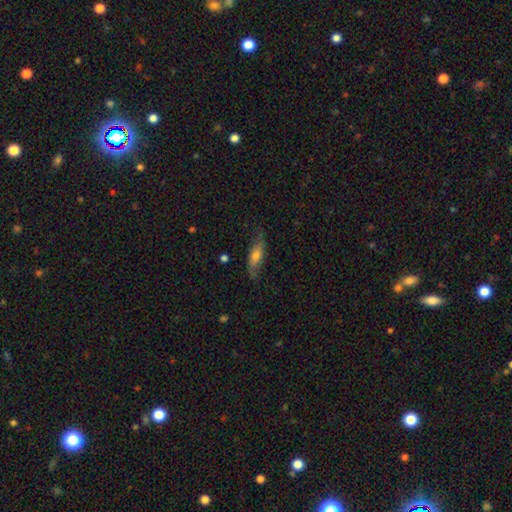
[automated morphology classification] Smooth or featured? Predicted: smooth (p=0.55). How rounded? Predicted: in between (p=0.58). Merging? Predicted: none (p=0.68).